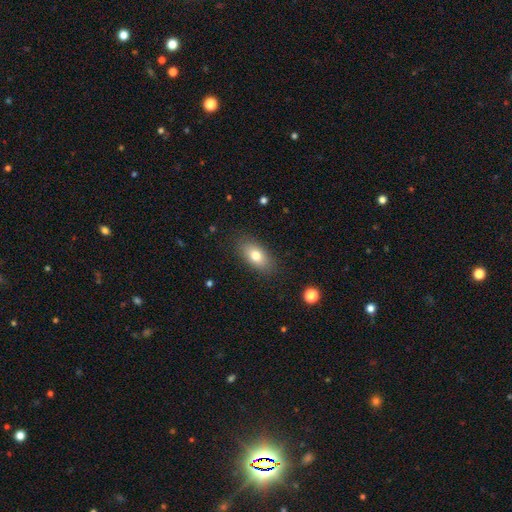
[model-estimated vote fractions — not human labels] smooth-or-featured: smooth: 77% | featured or disk: 15% | star or artifact: 8%
  how-rounded: in between: 87% | cigar-shaped: 7% | round: 6%
  merging: none: 85% | minor disturbance: 11% | major disturbance: 3% | merger: 1%